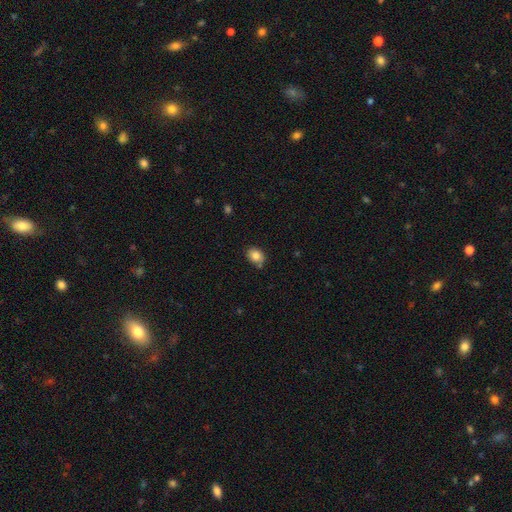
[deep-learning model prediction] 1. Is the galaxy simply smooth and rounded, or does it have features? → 82% smooth, 9% star or artifact, 9% featured or disk.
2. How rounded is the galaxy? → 58% in between, 41% round, 1% cigar-shaped.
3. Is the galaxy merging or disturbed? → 72% none, 19% minor disturbance, 7% merger, 3% major disturbance.